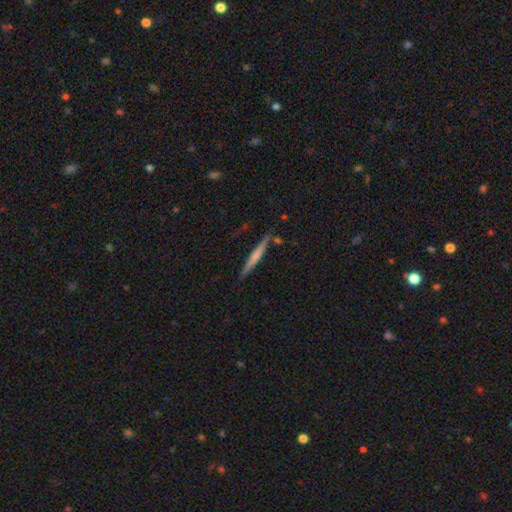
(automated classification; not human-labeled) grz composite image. It shows a featured or disk galaxy (49%). Merging: none (85%).